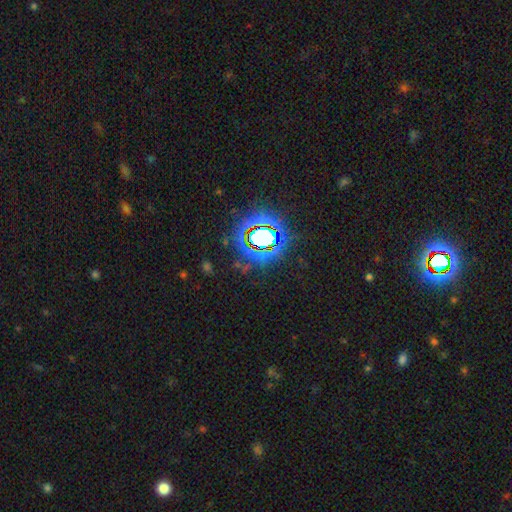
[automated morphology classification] Smooth or featured?
  - star or artifact: 83% *
  - smooth: 10%
  - featured or disk: 7%